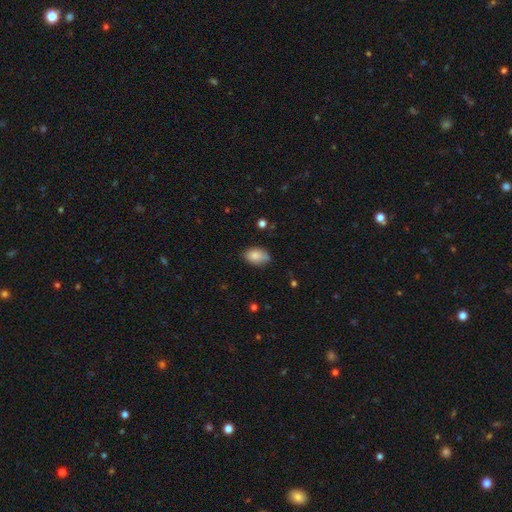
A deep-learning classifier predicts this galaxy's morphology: Overall: smooth (83%). How rounded: in between (88%). Merging: none (67%).